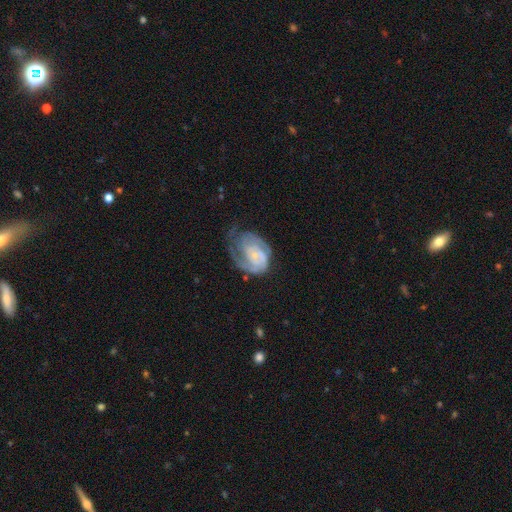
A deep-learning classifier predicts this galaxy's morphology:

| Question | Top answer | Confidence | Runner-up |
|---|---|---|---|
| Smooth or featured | featured or disk | 80% | smooth (14%) |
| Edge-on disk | no | 98% | yes (2%) |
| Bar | no | 68% | weak (27%) |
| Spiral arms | yes | 93% | no (7%) |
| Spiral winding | tight | 56% | medium (33%) |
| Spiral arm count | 2 | 38% | can't tell (27%) |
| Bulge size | small | 72% | moderate (18%) |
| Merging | none | 40% | major disturbance (32%) |